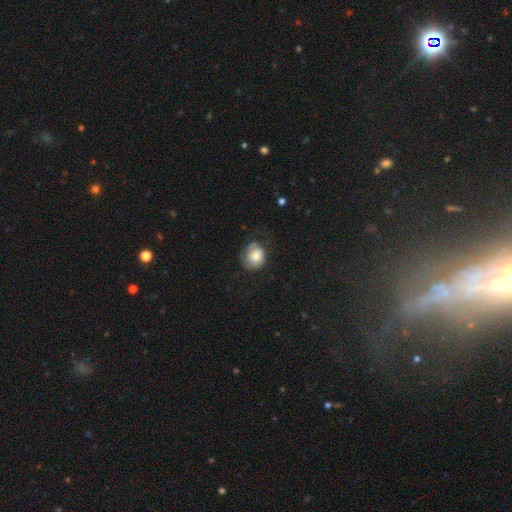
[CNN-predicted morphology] Smooth or featured? Predicted: smooth (p=0.66). How rounded? Predicted: round (p=0.63). Merging? Predicted: none (p=0.43).